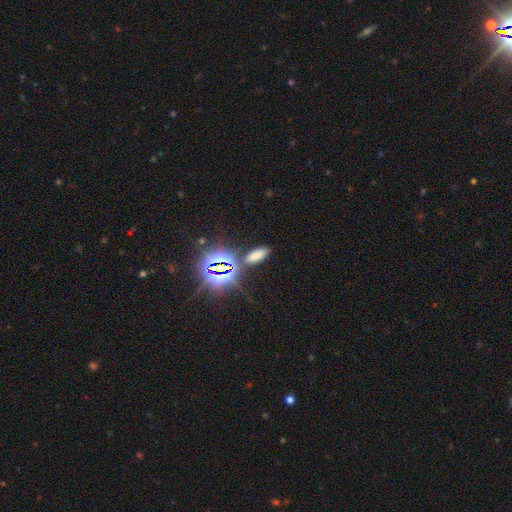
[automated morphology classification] This is likely a smooth galaxy (63%). How rounded: likely in between (78%). Merging: clearly none (83%).